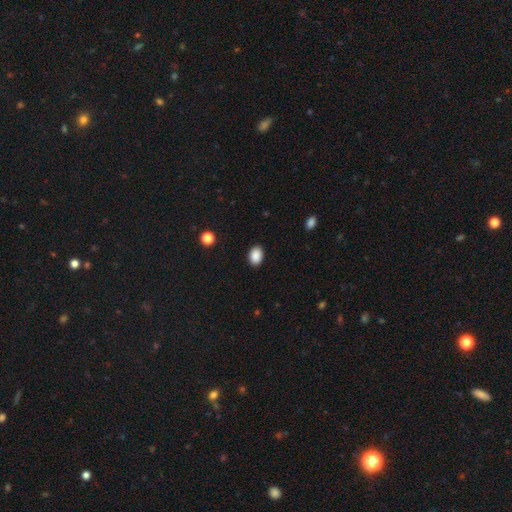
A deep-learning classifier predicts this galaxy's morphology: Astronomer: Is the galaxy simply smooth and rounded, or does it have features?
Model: smooth — 89%.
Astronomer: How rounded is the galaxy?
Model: in between — 77%.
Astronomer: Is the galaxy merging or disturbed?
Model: none — 89%.